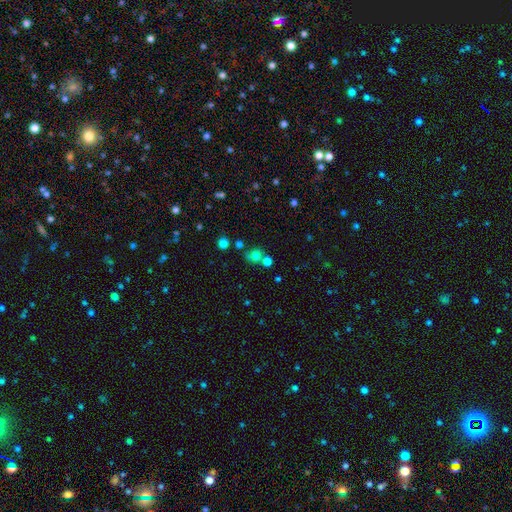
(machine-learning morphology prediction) Smooth or featured: smooth — 71% (star or artifact — 19%)
How rounded: round — 73% (in between — 25%)
Merging: none — 53% (merger — 30%)